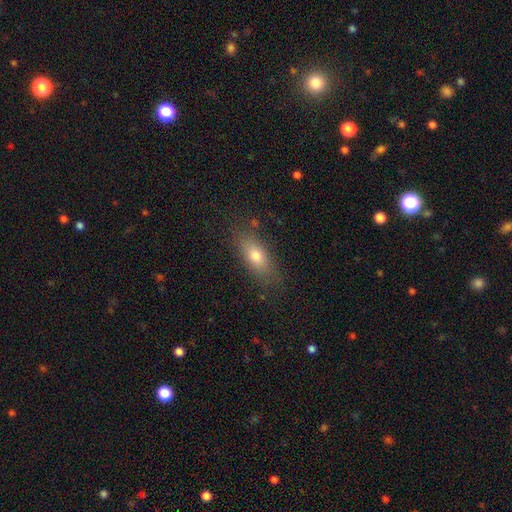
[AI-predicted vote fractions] The model was most divided on "how rounded": in between: 74%, cigar-shaped: 20%, round: 5%. More confident: merging — none (80%); smooth or featured — smooth (73%).